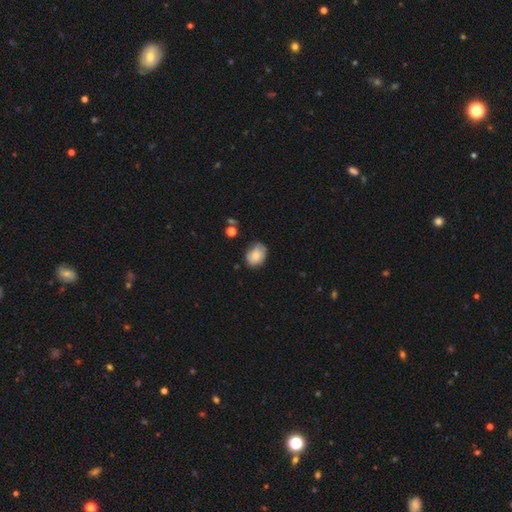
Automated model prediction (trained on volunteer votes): The model was most divided on "how rounded": in between: 61%, round: 38%, cigar-shaped: 1%. More confident: merging — none (67%); smooth or featured — smooth (58%).